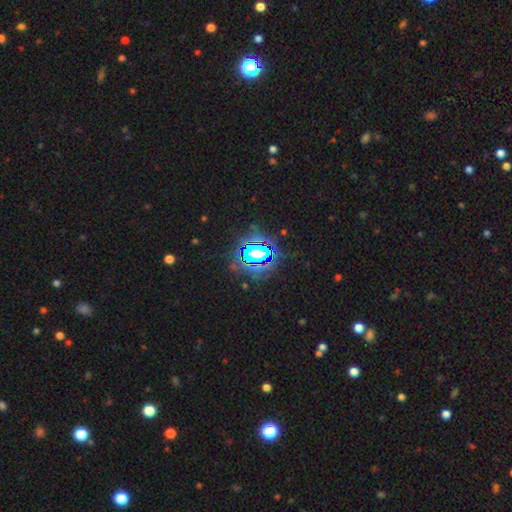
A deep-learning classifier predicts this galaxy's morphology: This is likely a star or artifact rather than a galaxy (68%).